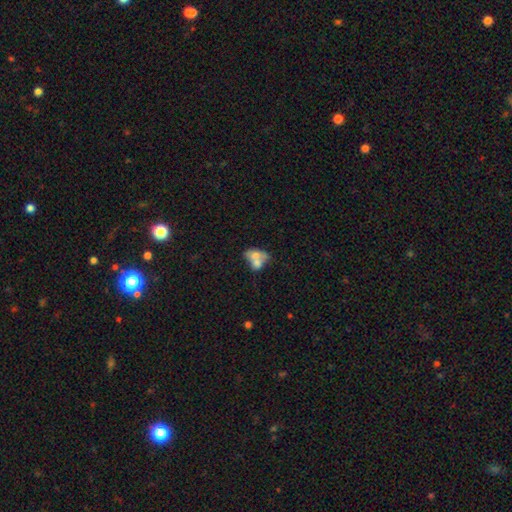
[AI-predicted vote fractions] Smooth or featured: smooth — 60% (featured or disk — 31%)
How rounded: in between — 73% (round — 25%)
Merging: merger — 67% (none — 19%)